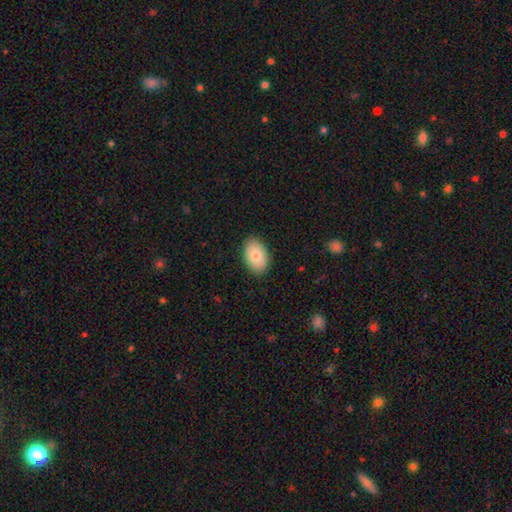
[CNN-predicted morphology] This appears to be a smooth galaxy with no disk features (81%) that is in between round and cigar-shaped (89%). Merging: none (88%).